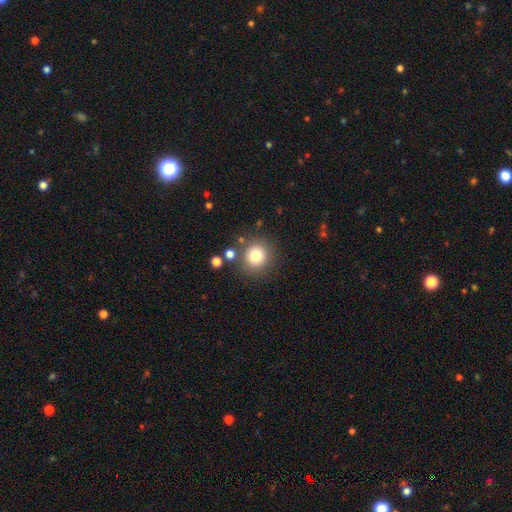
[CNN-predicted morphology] This is likely a smooth galaxy (79%). How rounded: clearly round (93%). Merging: clearly none (82%).